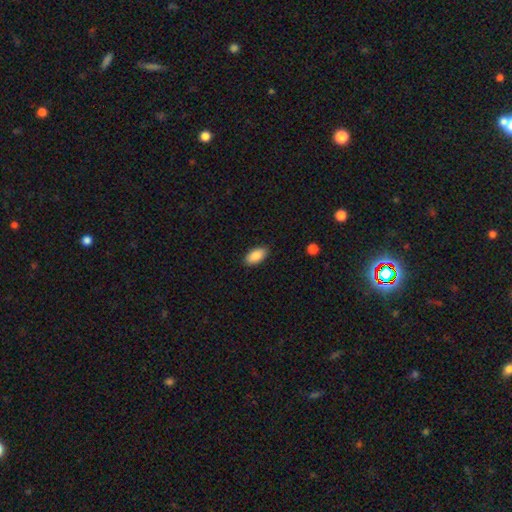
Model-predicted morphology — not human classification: smooth 88%, star or artifact 7%, featured or disk 5%. Down the decision tree: how rounded — in between (94%); merging — none (88%).